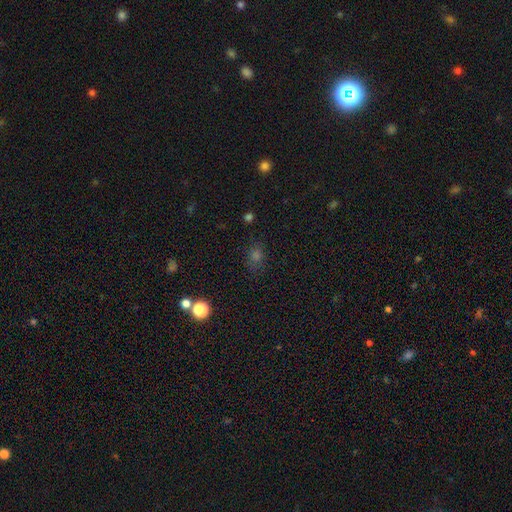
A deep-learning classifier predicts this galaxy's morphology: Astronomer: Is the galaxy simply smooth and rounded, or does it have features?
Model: smooth — 57% (runner-up: star or artifact, 34%).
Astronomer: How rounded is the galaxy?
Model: round — 50% (runner-up: in between, 47%).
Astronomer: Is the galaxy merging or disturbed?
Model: none — 74%.